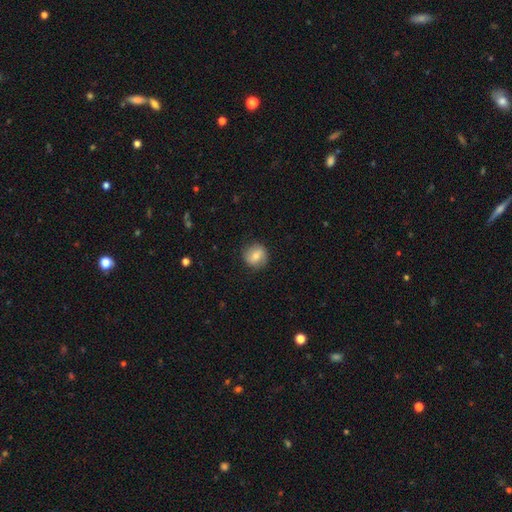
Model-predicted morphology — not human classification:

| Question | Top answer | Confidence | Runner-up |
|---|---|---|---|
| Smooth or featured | smooth | 65% | featured or disk (27%) |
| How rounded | round | 85% | in between (14%) |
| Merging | none | 84% | minor disturbance (12%) |